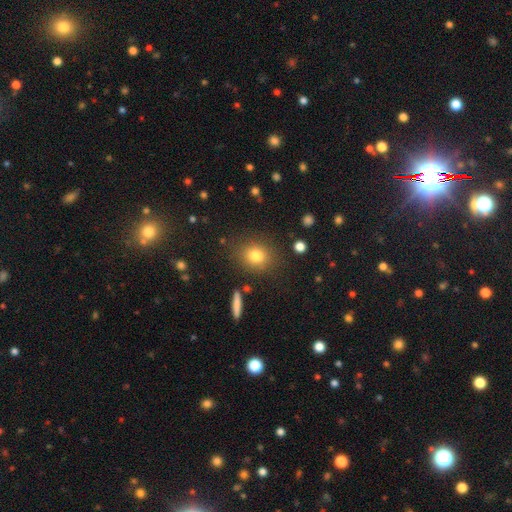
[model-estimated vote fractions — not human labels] Smooth or featured? smooth (80%)
How rounded? round (68%)
Merging? none (84%)